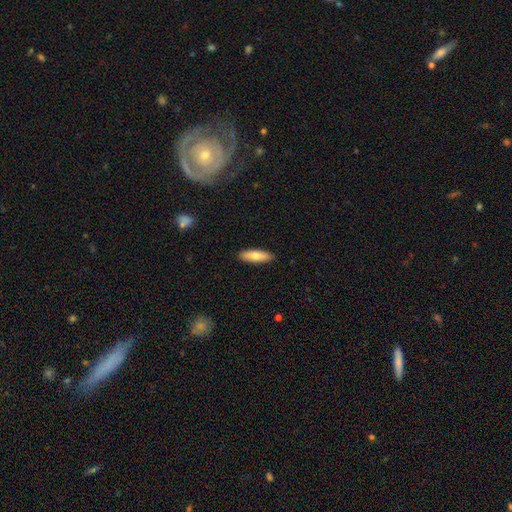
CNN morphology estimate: This is likely a smooth galaxy (75%). How rounded: possibly cigar-shaped (56%). Merging: clearly none (90%).